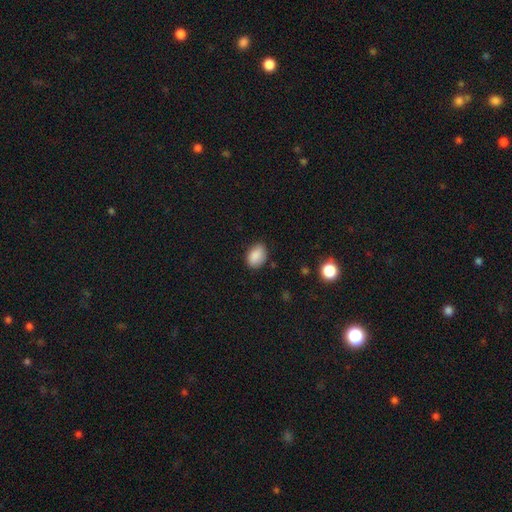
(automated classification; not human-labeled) The model was most divided on "merging": none: 74%, minor disturbance: 21%, major disturbance: 3%, merger: 1%. More confident: smooth or featured — smooth (87%); how rounded — in between (78%).